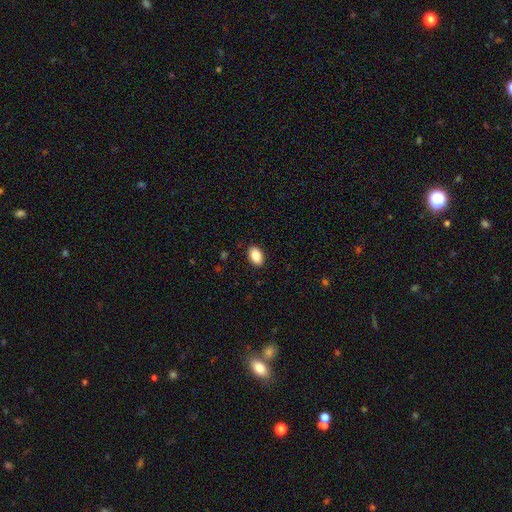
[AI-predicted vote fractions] A smooth galaxy with no disk features (88%) that is in between round and cigar-shaped (87%).

Vote fractions:
- Smooth or featured? smooth: 88% / star or artifact: 8% / featured or disk: 5%
- How rounded? in between: 87% / round: 12% / cigar-shaped: 1%
- Merging? none: 89% / minor disturbance: 8% / major disturbance: 2% / merger: 1%